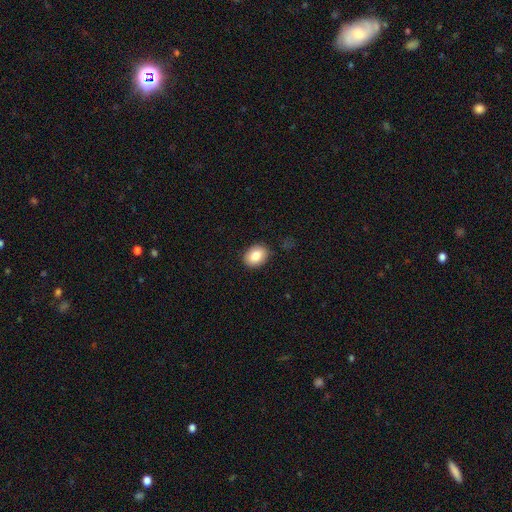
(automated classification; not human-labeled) Smooth or featured? smooth (84%)
How rounded? in between (66%)
Merging? none (88%)